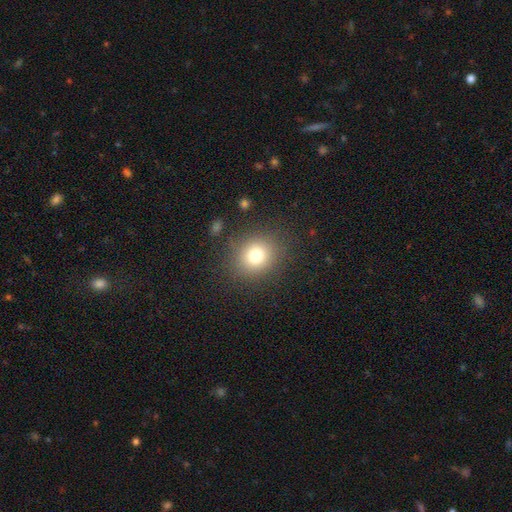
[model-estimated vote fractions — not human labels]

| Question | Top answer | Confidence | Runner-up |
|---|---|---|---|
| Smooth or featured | smooth | 76% | star or artifact (14%) |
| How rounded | round | 75% | in between (24%) |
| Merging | none | 84% | minor disturbance (9%) |